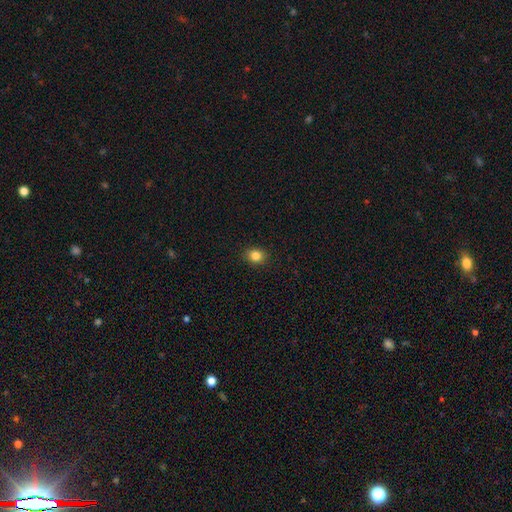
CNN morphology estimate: A smooth galaxy with no disk features (84%) that is round (64%). Merging: none (90%).